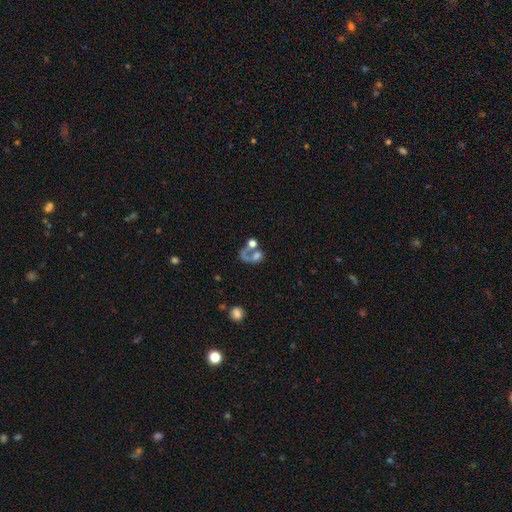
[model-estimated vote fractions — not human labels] Q: Smooth or featured?
A: featured or disk (45%); runner-up: smooth (39%)
Q: Merging?
A: merger (43%); runner-up: major disturbance (26%)